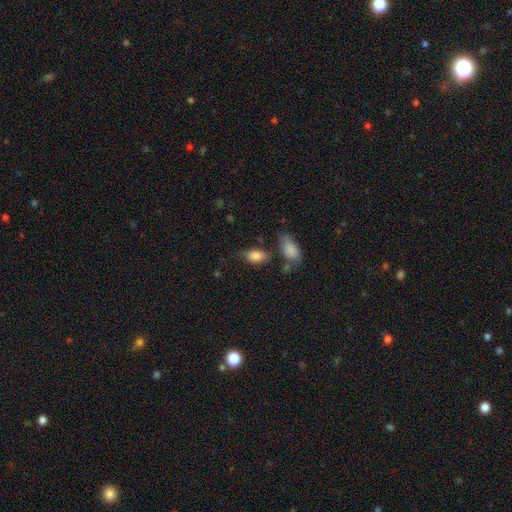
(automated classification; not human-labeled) Smooth or featured: smooth — 82% (featured or disk — 10%)
How rounded: in between — 88% (round — 9%)
Merging: none — 51% (minor disturbance — 28%)